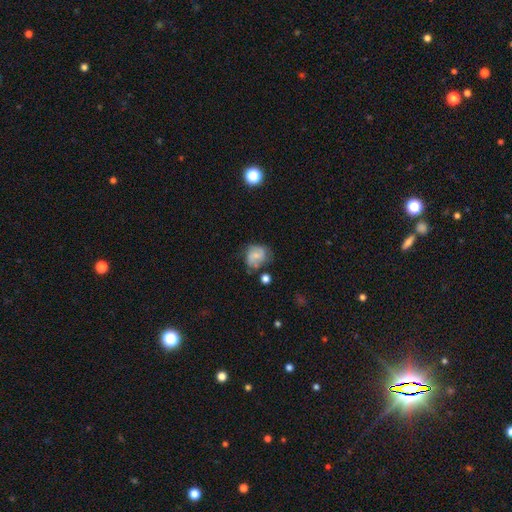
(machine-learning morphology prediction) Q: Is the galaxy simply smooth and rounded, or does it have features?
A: smooth — 50%.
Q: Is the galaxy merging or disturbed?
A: none — 51%.